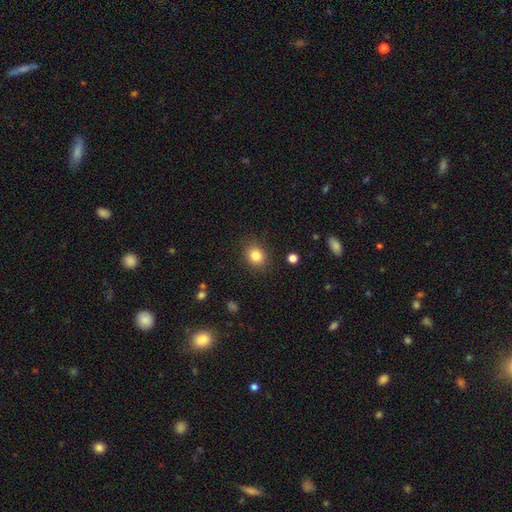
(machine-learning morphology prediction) Overall: smooth (83%). How rounded: round (67%; in between 32%). Merging: none (87%).